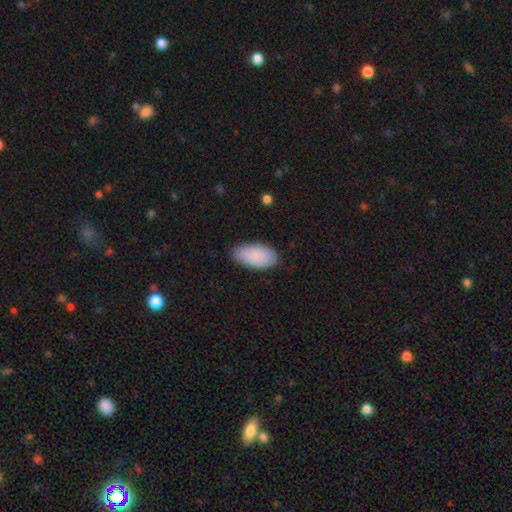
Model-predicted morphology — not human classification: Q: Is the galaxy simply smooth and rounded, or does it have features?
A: smooth — 87%.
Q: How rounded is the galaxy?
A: in between — 95%.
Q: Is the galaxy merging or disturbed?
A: none — 82%.